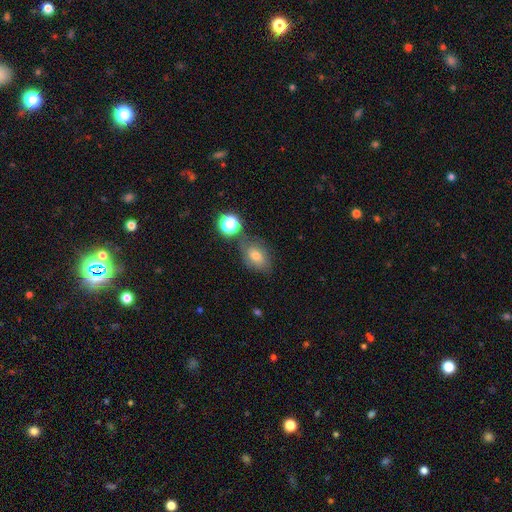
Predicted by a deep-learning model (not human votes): Q: Smooth or featured?
A: smooth (68%); runner-up: featured or disk (16%)
Q: How rounded?
A: in between (72%); runner-up: round (26%)
Q: Merging?
A: none (64%); runner-up: minor disturbance (19%)